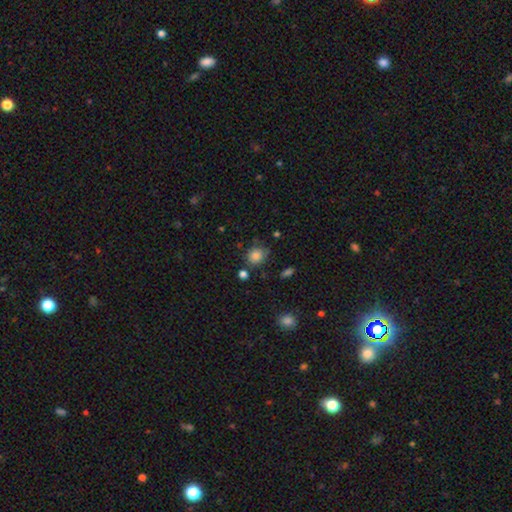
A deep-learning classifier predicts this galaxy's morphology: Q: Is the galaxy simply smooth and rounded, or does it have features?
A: smooth — 84%.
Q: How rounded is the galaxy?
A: round — 71%.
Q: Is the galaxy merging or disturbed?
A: none — 70%.